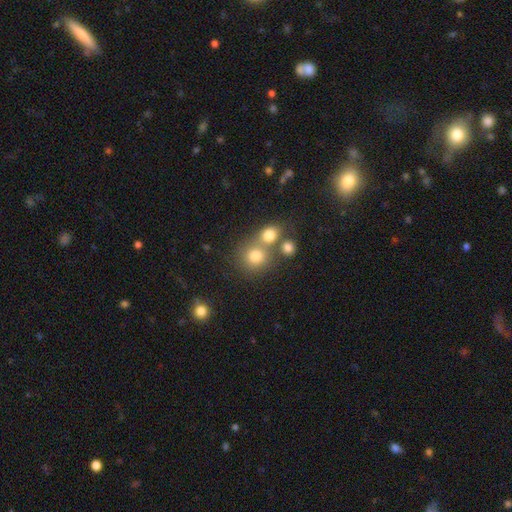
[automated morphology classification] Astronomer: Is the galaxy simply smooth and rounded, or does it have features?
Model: smooth — 76%.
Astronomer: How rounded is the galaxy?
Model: round — 86%.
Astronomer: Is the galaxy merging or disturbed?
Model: none — 53% (runner-up: merger, 35%).